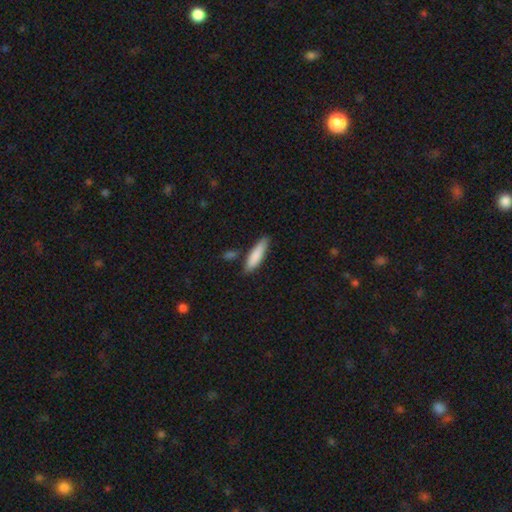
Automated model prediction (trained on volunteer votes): Overall: smooth (83%). How rounded: cigar-shaped (75%). Merging: none (79%).